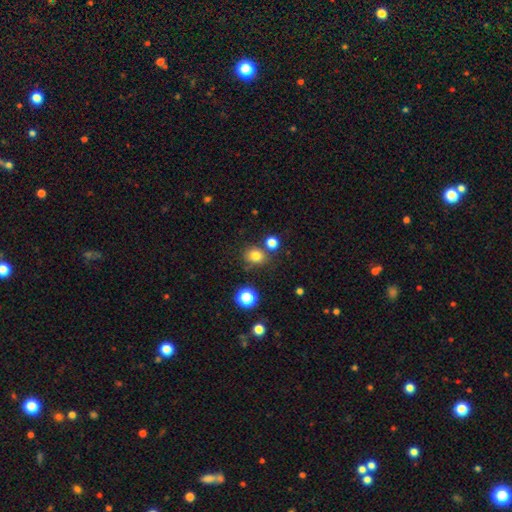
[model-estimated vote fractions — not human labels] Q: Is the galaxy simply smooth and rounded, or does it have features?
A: smooth — 78%.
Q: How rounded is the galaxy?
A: round — 76%.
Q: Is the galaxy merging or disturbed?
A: none — 74%.